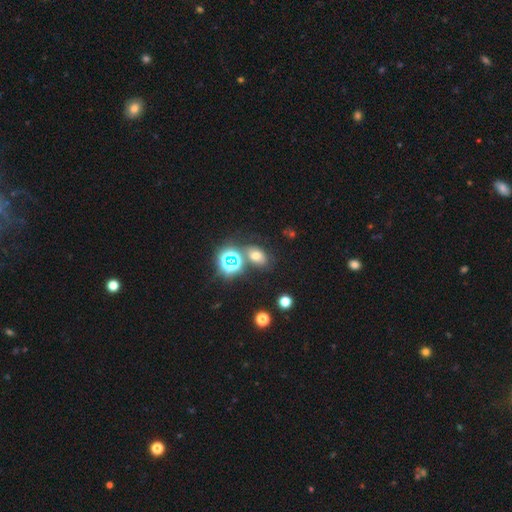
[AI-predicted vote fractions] smooth-or-featured: smooth: 56% | star or artifact: 31% | featured or disk: 13%
  how-rounded: in between: 72% | round: 27% | cigar-shaped: 2%
  merging: none: 69% | minor disturbance: 13% | merger: 12% | major disturbance: 5%